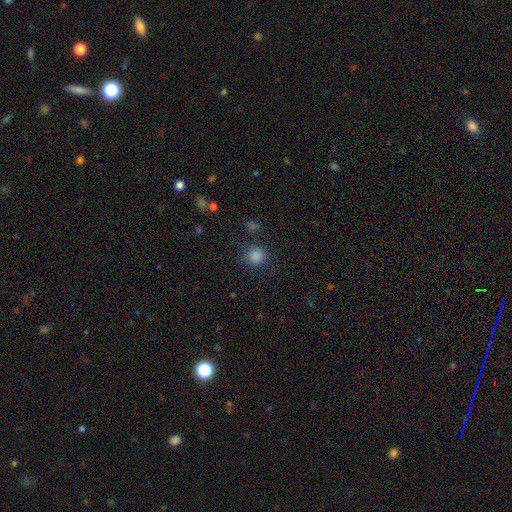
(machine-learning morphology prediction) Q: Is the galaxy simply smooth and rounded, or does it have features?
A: smooth — 80%.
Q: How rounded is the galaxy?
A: round — 91%.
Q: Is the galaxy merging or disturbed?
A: none — 86%.